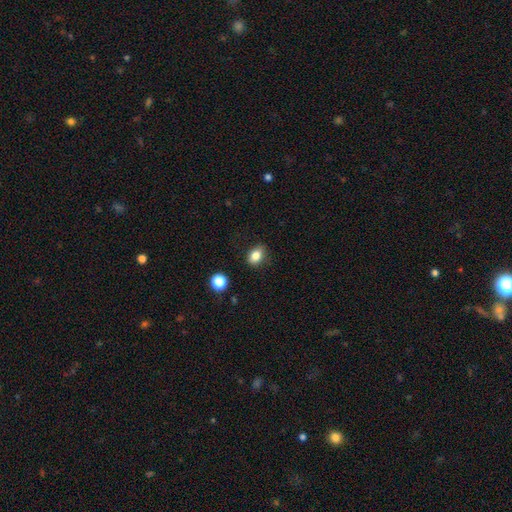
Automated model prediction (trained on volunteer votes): The model was most divided on "how rounded": in between: 74%, round: 25%, cigar-shaped: 1%. More confident: smooth or featured — smooth (84%); merging — none (83%).